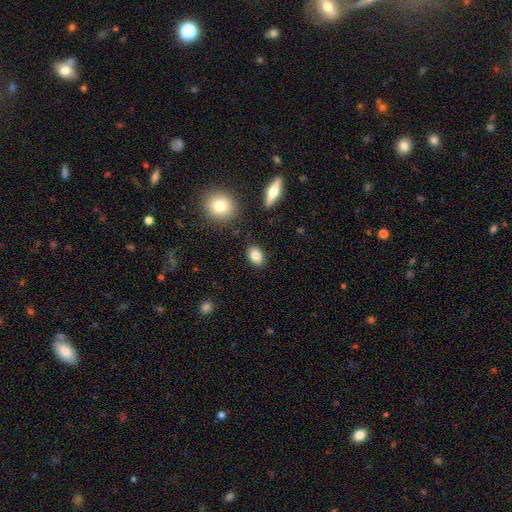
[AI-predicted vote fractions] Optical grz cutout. It shows a smooth galaxy with no disk features (83%) that is in between round and cigar-shaped (79%). Merging: none (87%).